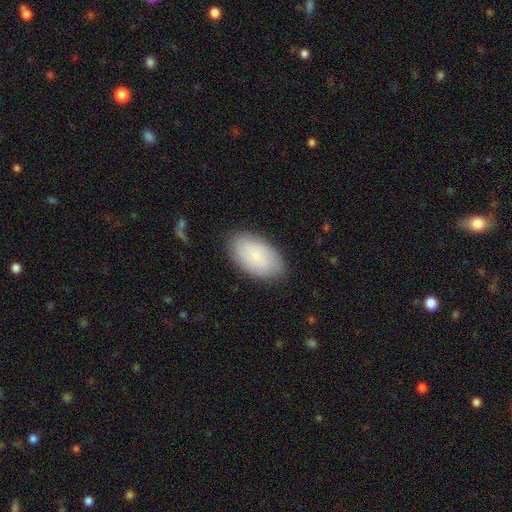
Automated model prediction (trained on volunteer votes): Q: Smooth or featured?
A: smooth (72%); runner-up: featured or disk (21%)
Q: How rounded?
A: in between (94%); runner-up: round (4%)
Q: Merging?
A: none (84%); runner-up: minor disturbance (12%)